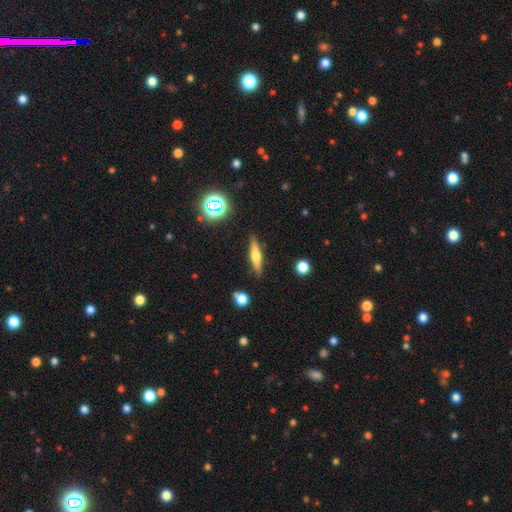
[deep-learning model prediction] Q: Smooth or featured?
A: featured or disk (49%); runner-up: smooth (43%)
Q: Merging?
A: none (87%); runner-up: minor disturbance (9%)